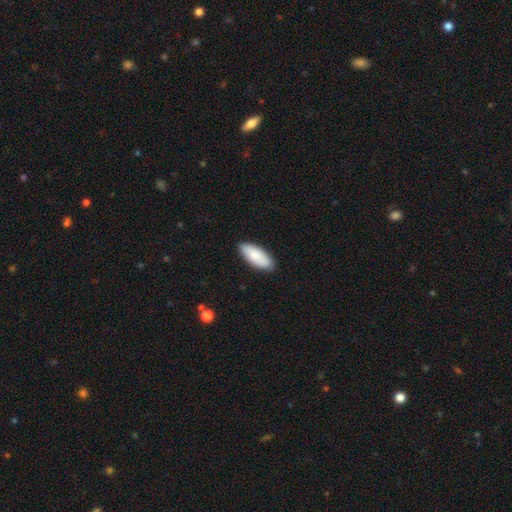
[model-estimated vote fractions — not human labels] Overall: smooth (83%). How rounded: in between (82%). Merging: none (86%).